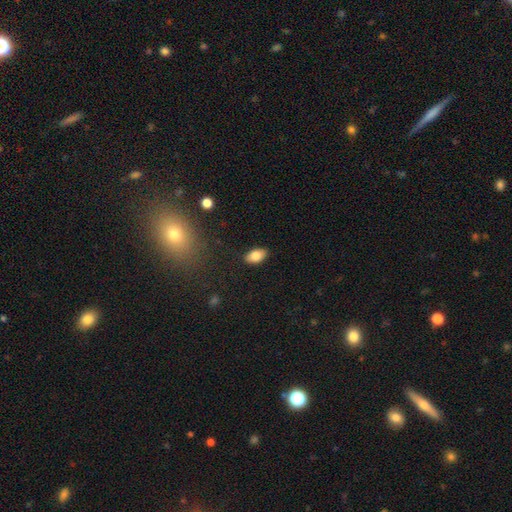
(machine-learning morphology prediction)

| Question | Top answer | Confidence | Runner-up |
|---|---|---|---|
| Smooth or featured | smooth | 82% | featured or disk (10%) |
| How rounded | in between | 92% | round (5%) |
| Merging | none | 87% | minor disturbance (10%) |